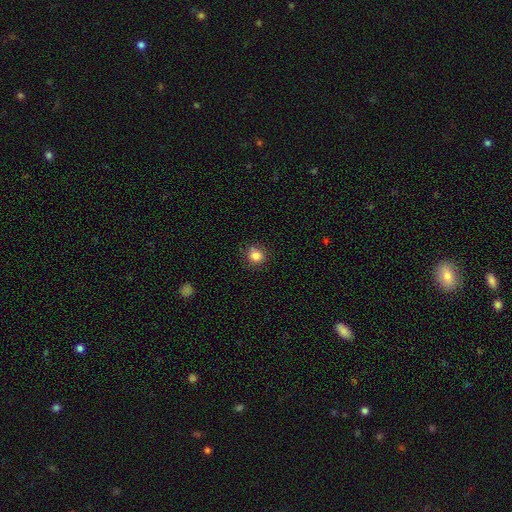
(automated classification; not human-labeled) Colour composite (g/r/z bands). It shows a smooth galaxy with no disk features (84%) that is round (87%). Merging: none (83%).